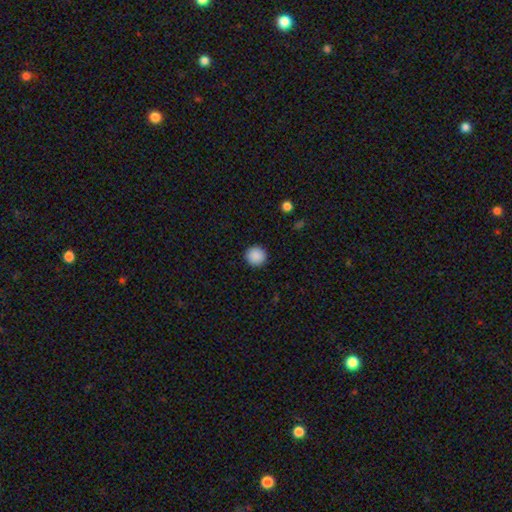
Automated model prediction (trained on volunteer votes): Smooth or featured? smooth (90%)
How rounded? round (95%)
Merging? none (92%)